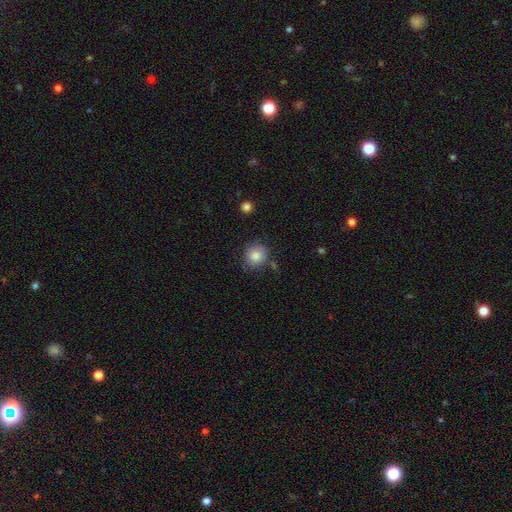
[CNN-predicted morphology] This appears to be a smooth galaxy with no disk features (84%) that is round (86%). Merging: none (76%).